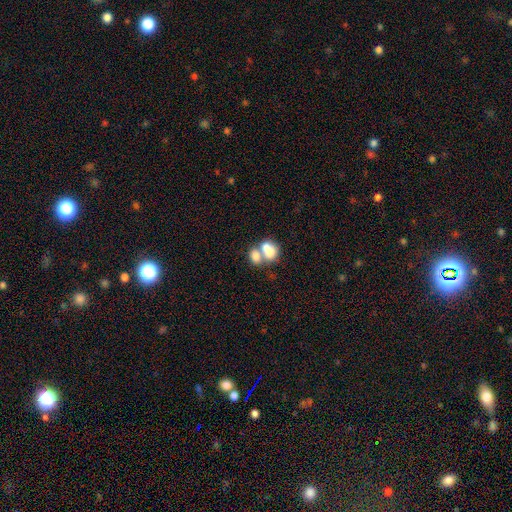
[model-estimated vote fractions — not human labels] Q: Smooth or featured?
A: smooth (71%); runner-up: featured or disk (20%)
Q: How rounded?
A: in between (67%); runner-up: round (32%)
Q: Merging?
A: merger (71%); runner-up: none (18%)